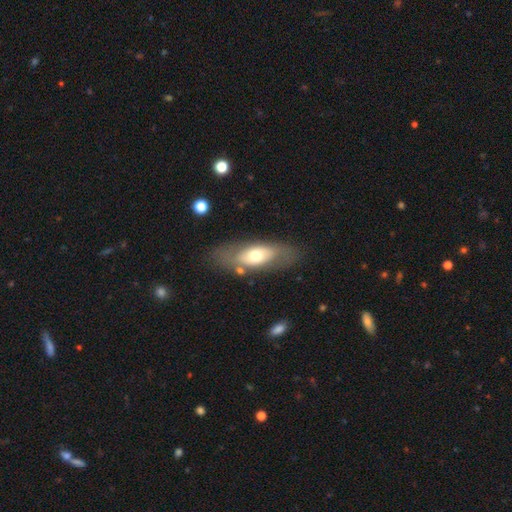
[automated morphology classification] A smooth galaxy with no disk features (51%) that is in between round and cigar-shaped (76%).

Vote fractions:
- Smooth or featured? smooth: 51% / featured or disk: 42% / star or artifact: 7%
- How rounded? in between: 76% / cigar-shaped: 19% / round: 5%
- Merging? none: 75% / minor disturbance: 14% / major disturbance: 7% / merger: 4%